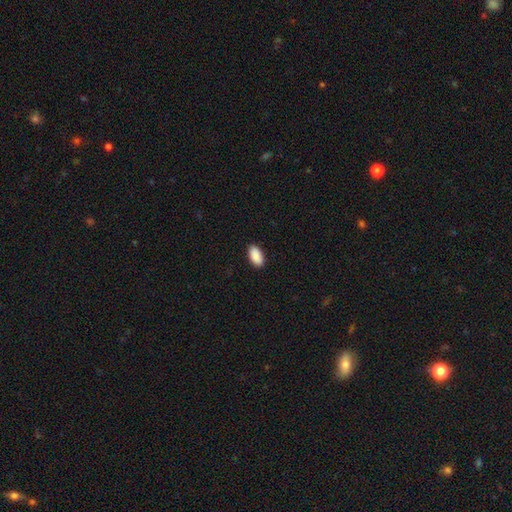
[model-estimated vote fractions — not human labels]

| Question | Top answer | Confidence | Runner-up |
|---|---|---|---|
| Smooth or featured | smooth | 91% | star or artifact (6%) |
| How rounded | in between | 95% | cigar-shaped (3%) |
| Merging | none | 90% | minor disturbance (7%) |